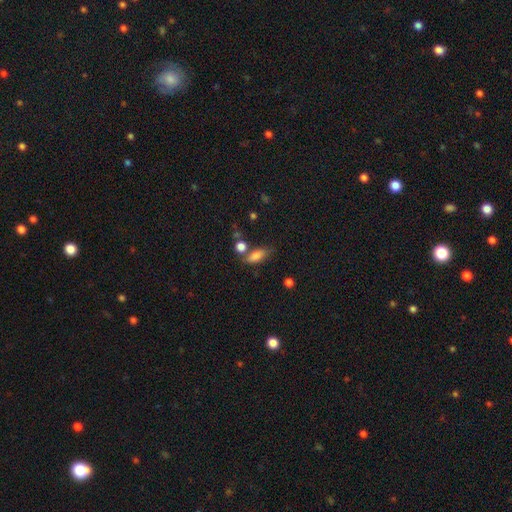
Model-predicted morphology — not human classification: Overall: smooth (80%). How rounded: in between (74%). Merging: none (55%; minor disturbance 20%).